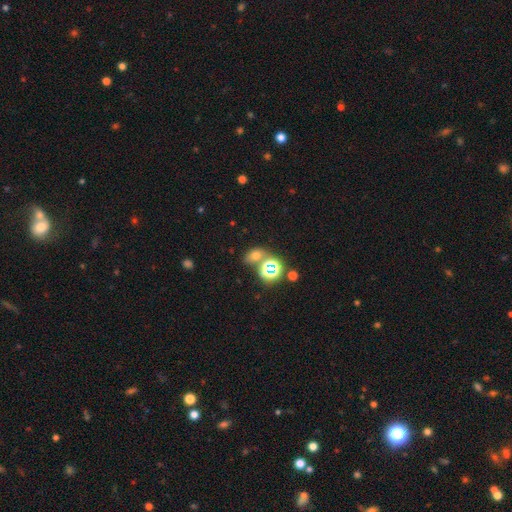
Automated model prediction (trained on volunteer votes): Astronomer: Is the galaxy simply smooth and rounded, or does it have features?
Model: smooth — 57% (runner-up: star or artifact, 33%).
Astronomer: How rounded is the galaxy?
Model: in between — 63%.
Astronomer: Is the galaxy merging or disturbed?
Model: none — 60%.